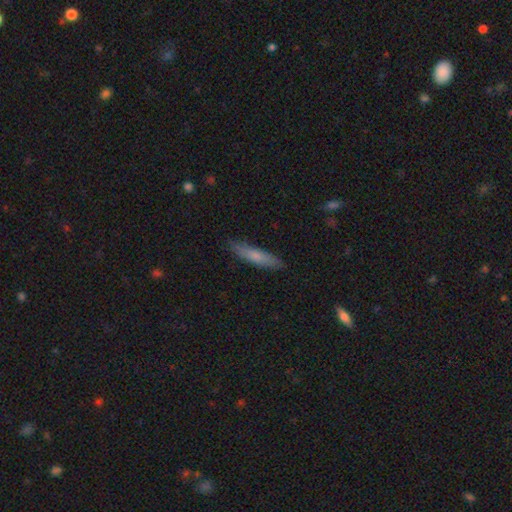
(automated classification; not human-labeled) This appears to be a smooth galaxy with no disk features (68%) that is cigar-shaped (85%). Merging: none (85%).